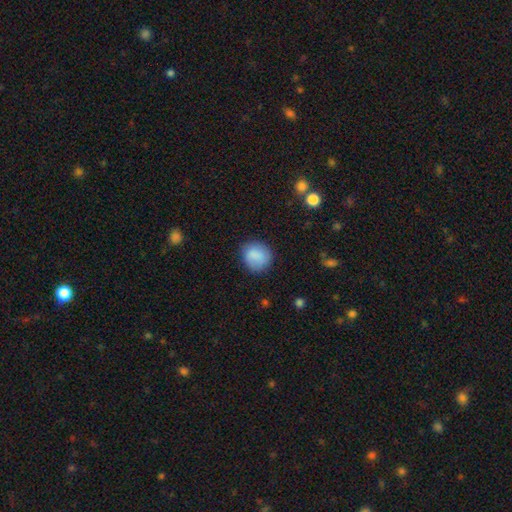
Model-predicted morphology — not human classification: This appears to be a smooth galaxy with no disk features (86%) that is round (82%). Merging: none (80%).